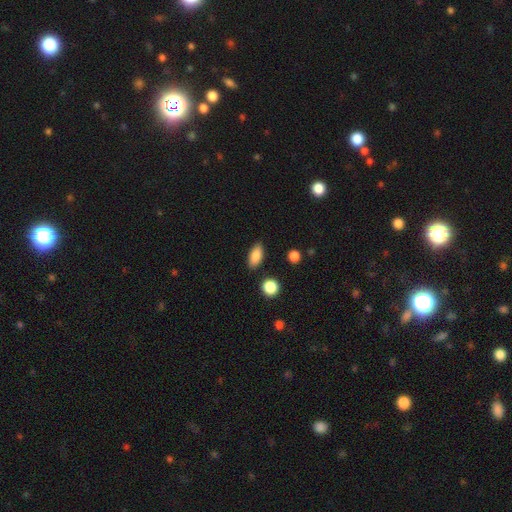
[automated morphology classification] smooth 86%, star or artifact 8%, featured or disk 7%. Down the decision tree: how rounded — in between (87%); merging — none (85%).